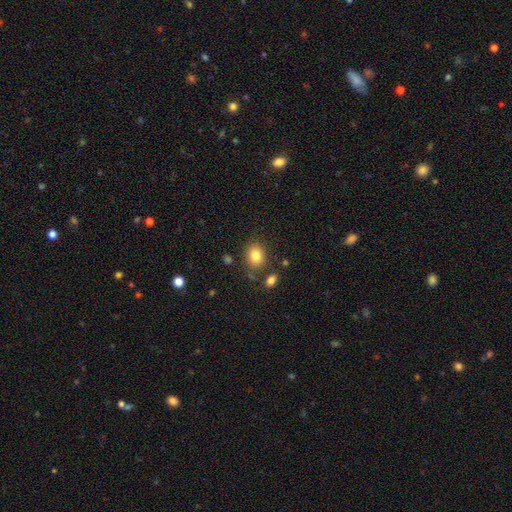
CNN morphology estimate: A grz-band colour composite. It shows a smooth galaxy with no disk features (82%) that is round (51%). Merging: none (79%).